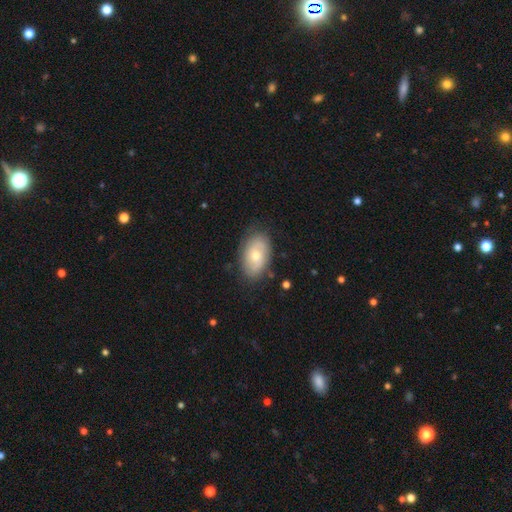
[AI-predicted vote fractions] Morphology: type=featured or disk (48%); merging=none (79%).